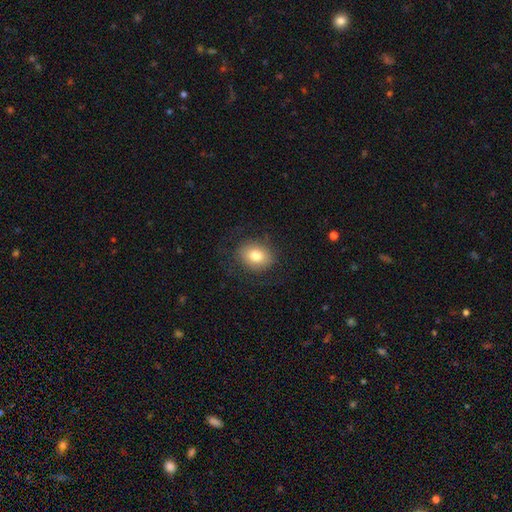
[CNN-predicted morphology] Smooth or featured? Predicted: smooth (p=0.77). How rounded? Predicted: in between (p=0.50). Merging? Predicted: none (p=0.78).